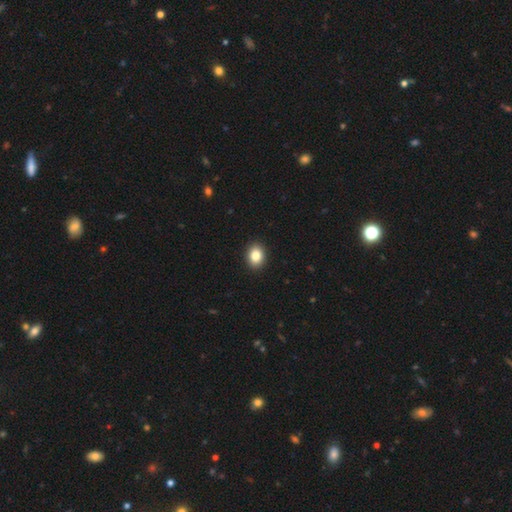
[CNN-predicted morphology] smooth-or-featured: smooth: 85% | star or artifact: 9% | featured or disk: 6%
  how-rounded: in between: 57% | round: 42% | cigar-shaped: 1%
  merging: none: 92% | minor disturbance: 6% | major disturbance: 2% | merger: 1%